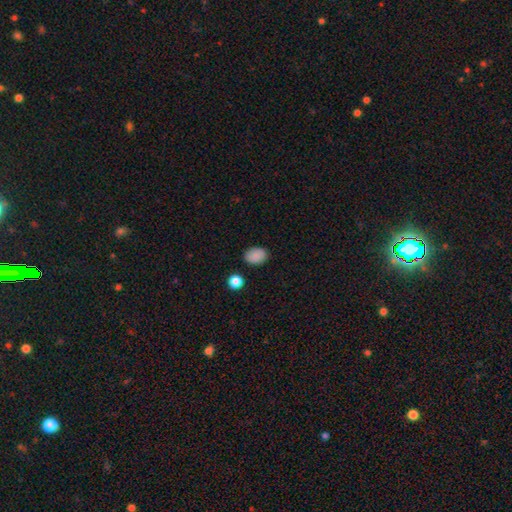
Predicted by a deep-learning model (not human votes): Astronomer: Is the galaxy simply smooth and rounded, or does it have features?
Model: smooth — 87%.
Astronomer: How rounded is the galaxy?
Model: in between — 73%.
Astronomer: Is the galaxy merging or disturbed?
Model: none — 85%.